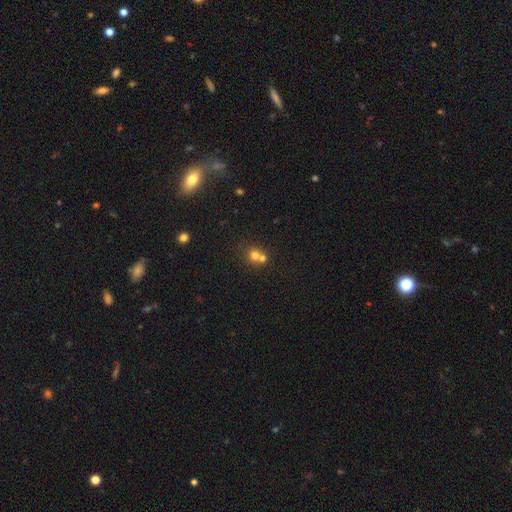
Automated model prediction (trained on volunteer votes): Overall: smooth (71%). How rounded: round (85%). Merging: merger (52%; none 40%).